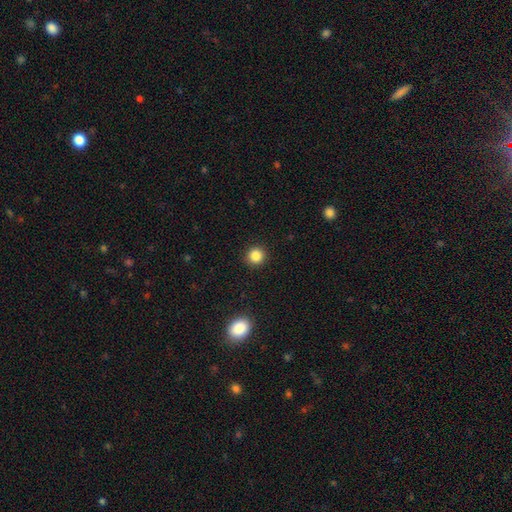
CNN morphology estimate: smooth_or_featured: smooth (p=0.85) [alt: star or artifact p=0.11]
how_rounded: round (p=0.94) [alt: in between p=0.05]
merging: none (p=0.93) [alt: minor disturbance p=0.05]